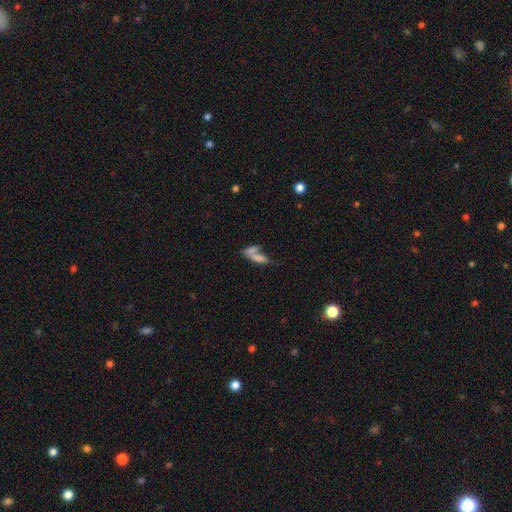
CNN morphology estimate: This is likely a smooth galaxy (71%). How rounded: possibly in between (54%). Merging: possibly merger (59%).